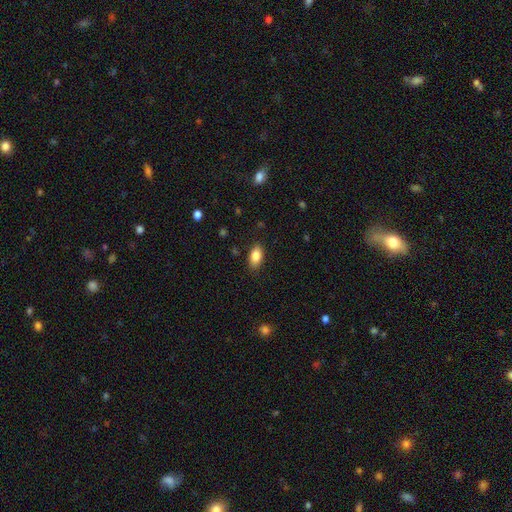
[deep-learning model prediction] Q: Smooth or featured?
A: smooth (85%); runner-up: star or artifact (8%)
Q: How rounded?
A: in between (91%); runner-up: round (5%)
Q: Merging?
A: none (87%); runner-up: minor disturbance (10%)